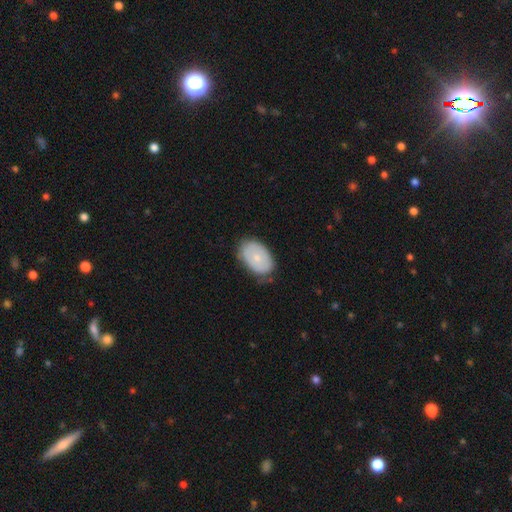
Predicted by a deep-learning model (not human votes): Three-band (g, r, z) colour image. It shows a smooth galaxy with no disk features (69%) that is in between round and cigar-shaped (90%). Merging: none (72%).